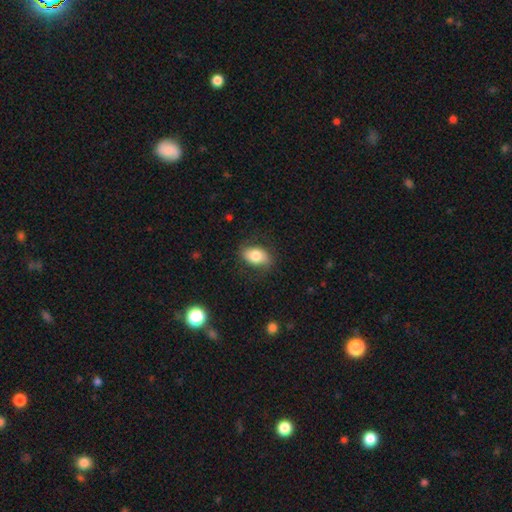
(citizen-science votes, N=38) Smooth or featured? smooth (79%)
How rounded? in between (100%)
Merging? none (84%)